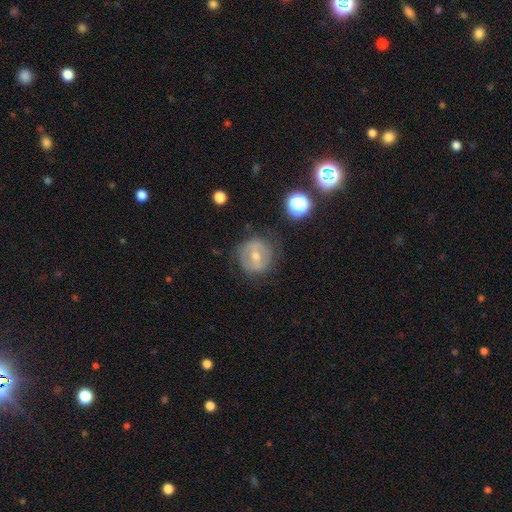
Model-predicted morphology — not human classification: type=featured or disk (48%); merging=none (76%).